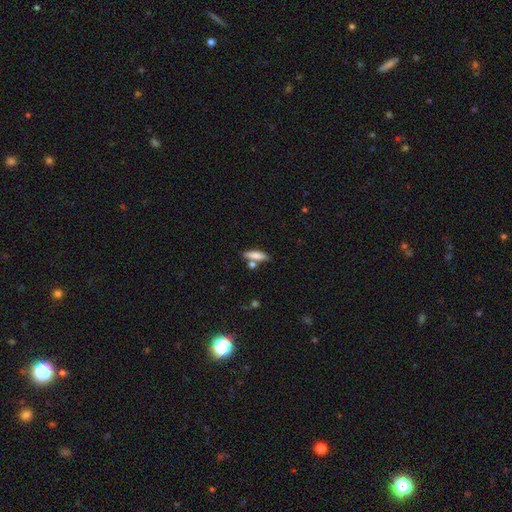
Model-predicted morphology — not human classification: smooth 75%, featured or disk 18%, star or artifact 7%. Down the decision tree: how rounded — cigar-shaped (63%); merging — none (66%).